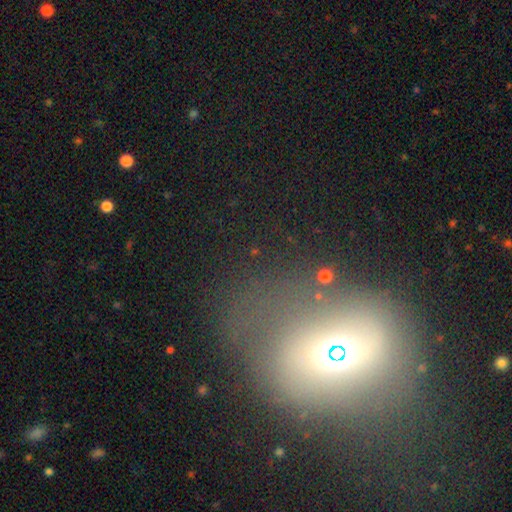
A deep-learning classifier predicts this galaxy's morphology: Q: Smooth or featured?
A: smooth (41%); runner-up: featured or disk (31%)
Q: Merging?
A: none (38%); runner-up: major disturbance (23%)